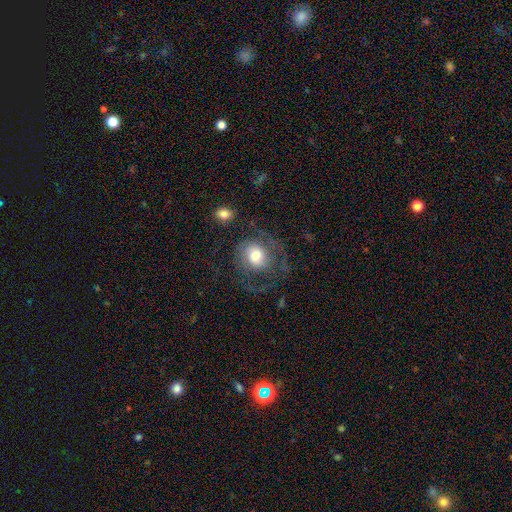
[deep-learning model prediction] Smooth or featured? featured or disk (46%)
Merging? none (47%)